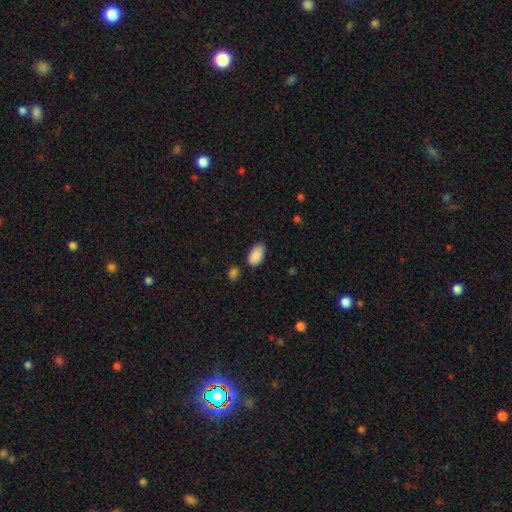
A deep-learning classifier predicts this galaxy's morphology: This appears to be a smooth galaxy with no disk features (89%) that is in between round and cigar-shaped (94%). Merging: none (67%).